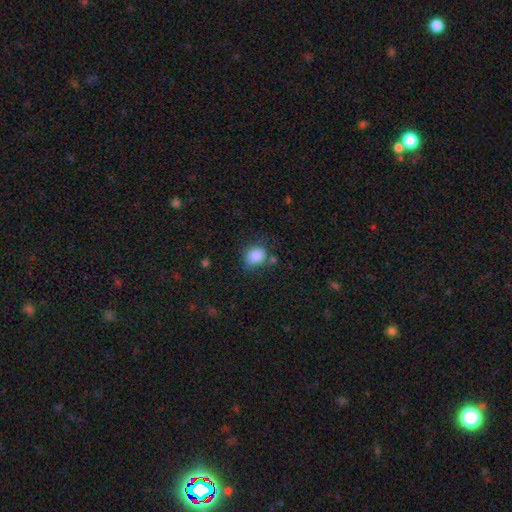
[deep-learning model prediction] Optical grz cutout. It shows a smooth galaxy with no disk features (86%) that is round (52%). Merging: none (65%).